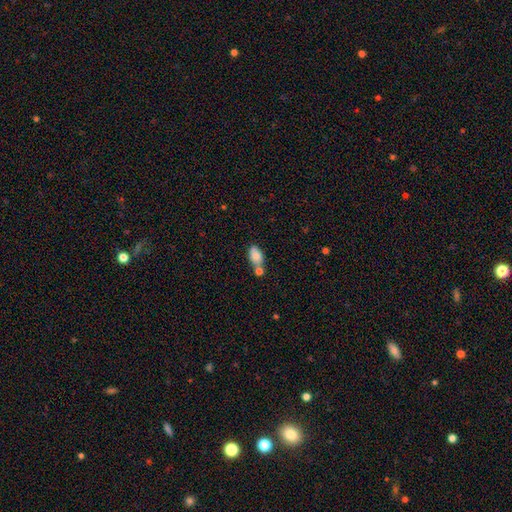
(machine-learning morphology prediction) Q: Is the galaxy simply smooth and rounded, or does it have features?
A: smooth — 80%.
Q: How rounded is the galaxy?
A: in between — 89%.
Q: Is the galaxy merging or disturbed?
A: none — 45%.